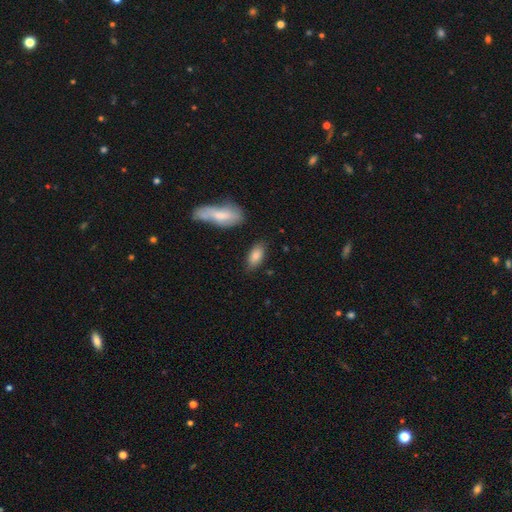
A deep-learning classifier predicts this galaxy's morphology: Smooth or featured: smooth — 82% (featured or disk — 11%)
How rounded: in between — 89% (cigar-shaped — 7%)
Merging: none — 77% (minor disturbance — 15%)